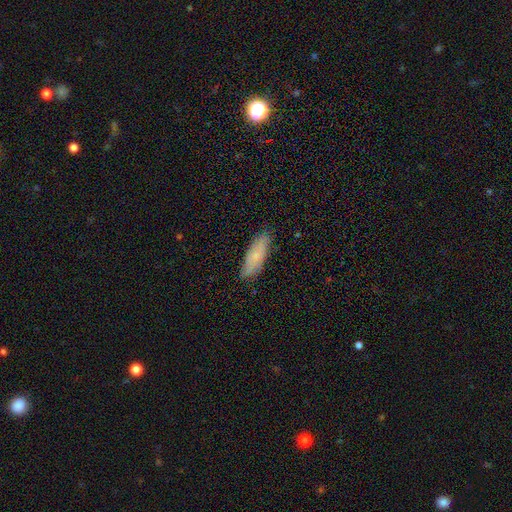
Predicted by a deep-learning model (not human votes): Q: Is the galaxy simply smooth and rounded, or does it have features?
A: smooth — 65%.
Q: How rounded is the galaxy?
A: in between — 59%.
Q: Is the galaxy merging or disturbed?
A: none — 81%.